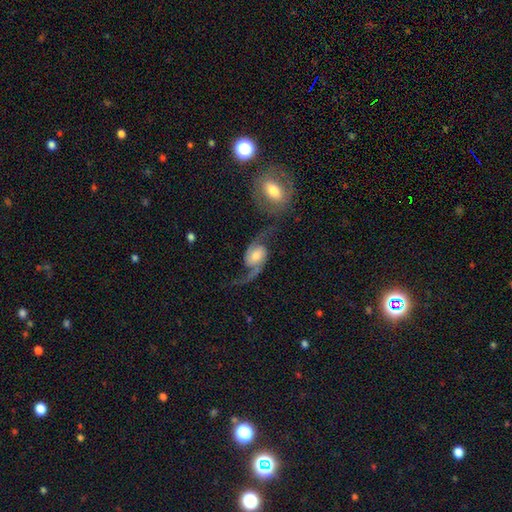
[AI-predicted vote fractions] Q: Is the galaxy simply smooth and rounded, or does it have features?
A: featured or disk — 89%.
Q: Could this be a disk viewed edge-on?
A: no — 97%.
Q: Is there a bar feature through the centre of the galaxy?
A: no — 48%.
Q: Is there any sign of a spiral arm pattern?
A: yes — 97%.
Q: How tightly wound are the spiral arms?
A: loose — 67%.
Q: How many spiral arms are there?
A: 2 — 93%.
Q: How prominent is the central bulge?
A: moderate — 53%.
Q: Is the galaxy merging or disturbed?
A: none — 58%.